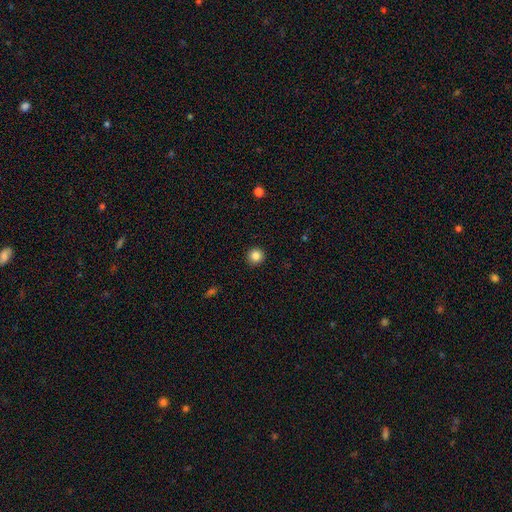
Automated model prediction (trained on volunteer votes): This is clearly a smooth galaxy (85%). How rounded: clearly round (95%). Merging: clearly none (93%).